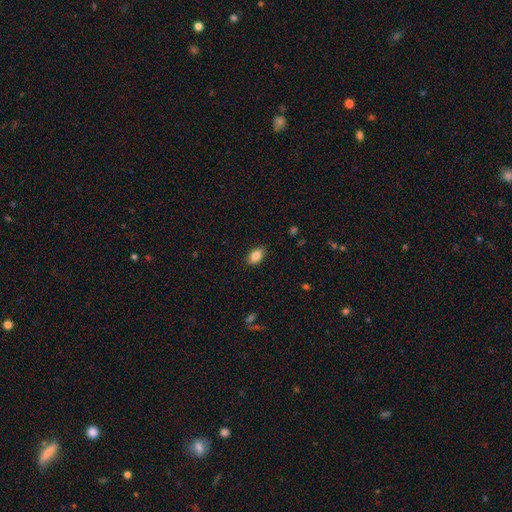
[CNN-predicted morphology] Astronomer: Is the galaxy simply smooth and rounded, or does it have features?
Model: smooth — 85%.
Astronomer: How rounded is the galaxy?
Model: in between — 91%.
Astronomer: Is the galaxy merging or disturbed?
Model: none — 87%.